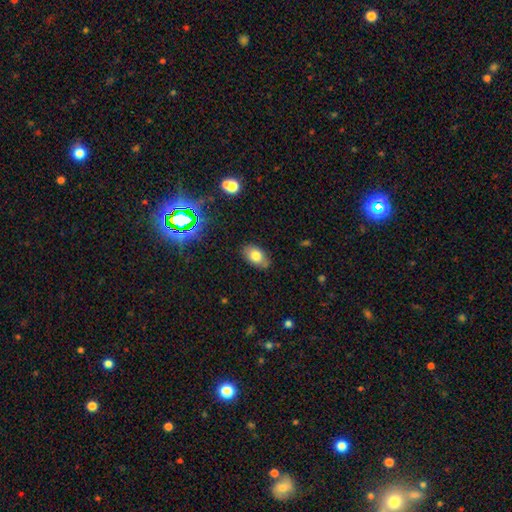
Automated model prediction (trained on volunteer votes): The model was most divided on "smooth or featured": smooth: 76%, featured or disk: 14%, star or artifact: 11%. More confident: how rounded — in between (89%); merging — none (81%).